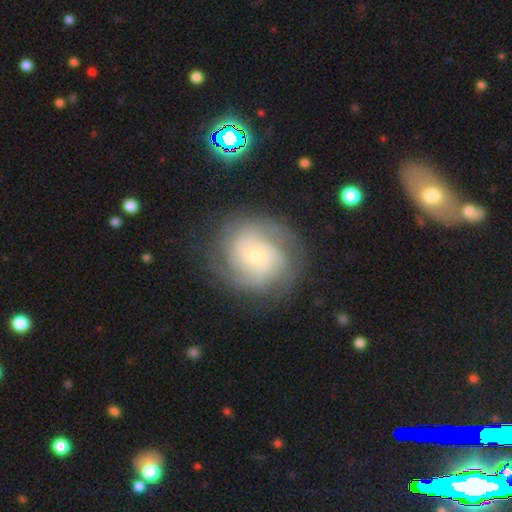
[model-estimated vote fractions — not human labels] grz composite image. It shows a featured or disk galaxy (79%) with no bar (73%), tight (65%) spiral arms (95%) and a small central bulge (69%). Merging: none (77%).